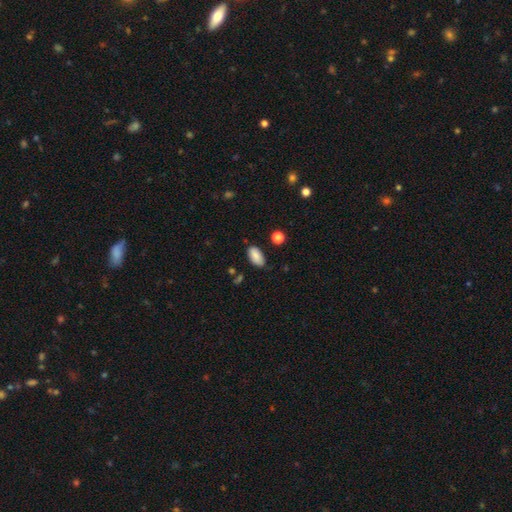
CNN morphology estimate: This is clearly a smooth galaxy (85%). How rounded: clearly in between (93%). Merging: likely none (78%).